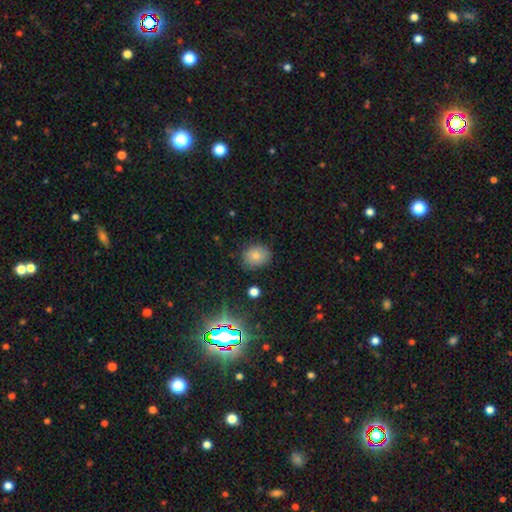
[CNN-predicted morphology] The model was most divided on "how rounded": round: 63%, in between: 36%, cigar-shaped: 1%. More confident: merging — none (82%); smooth or featured — smooth (76%).